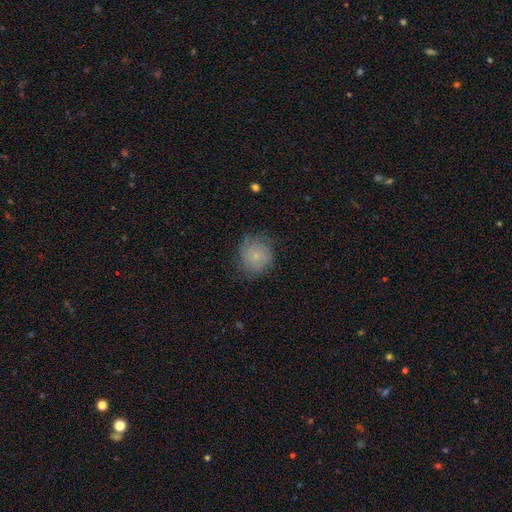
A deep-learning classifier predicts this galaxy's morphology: This is possibly a smooth galaxy (54%). How rounded: clearly round (87%). Merging: likely none (69%).